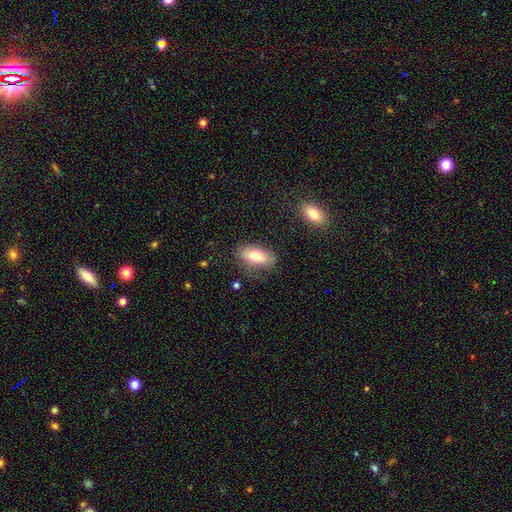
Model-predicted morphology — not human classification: type=smooth (73%); roundness=in between (88%); merging=none (75%).